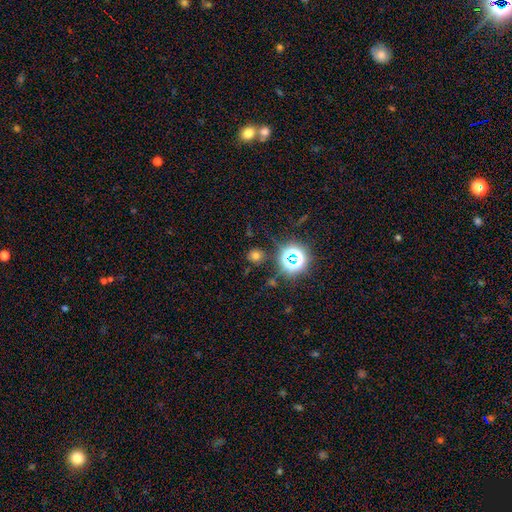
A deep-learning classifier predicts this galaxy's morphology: Smooth or featured? smooth (61%)
How rounded? round (87%)
Merging? none (83%)